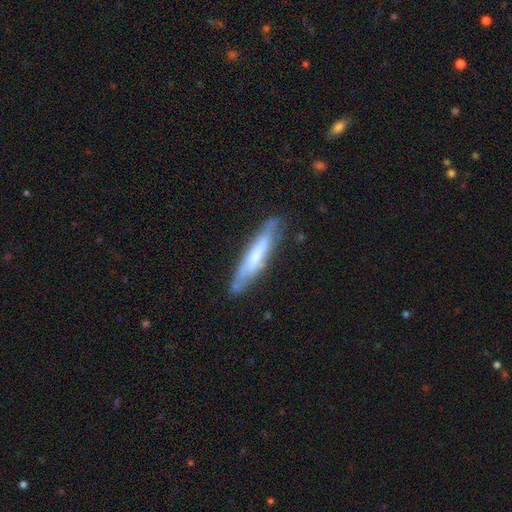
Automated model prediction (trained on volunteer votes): Smooth or featured? Predicted: smooth (p=0.49). Merging? Predicted: none (p=0.78).